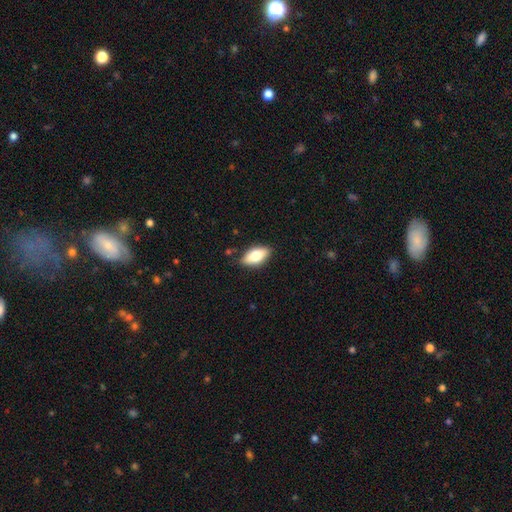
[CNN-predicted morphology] Q: Smooth or featured?
A: smooth (70%); runner-up: featured or disk (23%)
Q: How rounded?
A: in between (88%); runner-up: cigar-shaped (8%)
Q: Merging?
A: none (85%); runner-up: minor disturbance (12%)